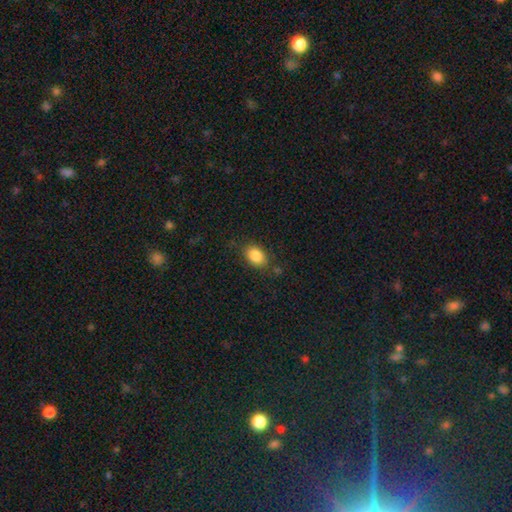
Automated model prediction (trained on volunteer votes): smooth_or_featured: smooth (p=0.86) [alt: star or artifact p=0.09]
how_rounded: in between (p=0.77) [alt: round p=0.22]
merging: none (p=0.79) [alt: minor disturbance p=0.14]